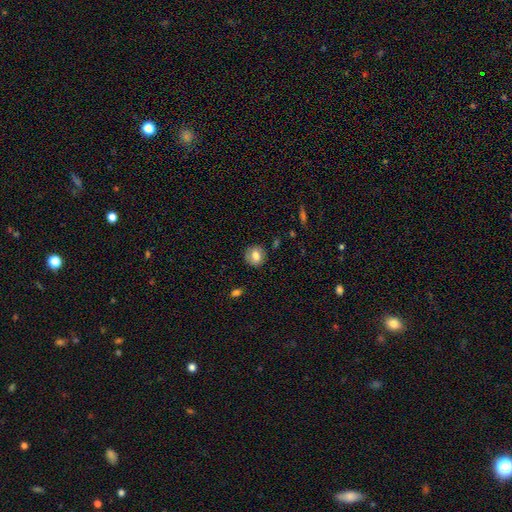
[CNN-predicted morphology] Smooth or featured?
  - smooth: 73% *
  - featured or disk: 19%
  - star or artifact: 9%
How rounded?
  - round: 84% *
  - in between: 15%
  - cigar-shaped: 1%
Merging?
  - none: 85% *
  - minor disturbance: 11%
  - major disturbance: 3%
  - merger: 2%